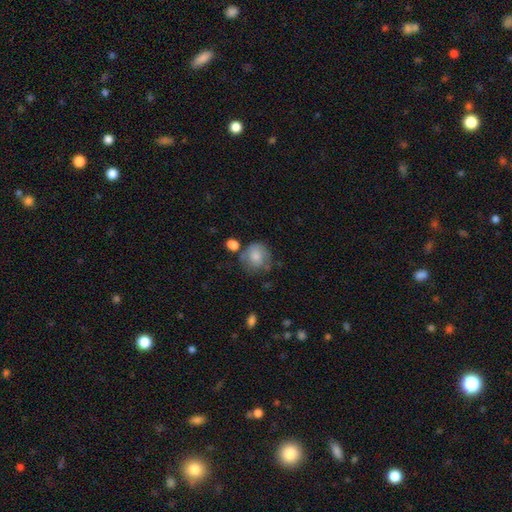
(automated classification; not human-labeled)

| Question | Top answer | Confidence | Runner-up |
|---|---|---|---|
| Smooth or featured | smooth | 75% | featured or disk (18%) |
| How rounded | round | 77% | in between (22%) |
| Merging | none | 49% | minor disturbance (26%) |